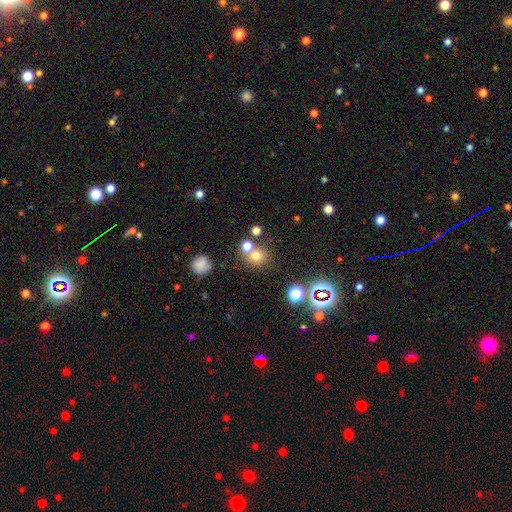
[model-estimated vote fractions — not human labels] This appears to be a smooth galaxy with no disk features (69%) that is round (84%). Merging: none (60%).